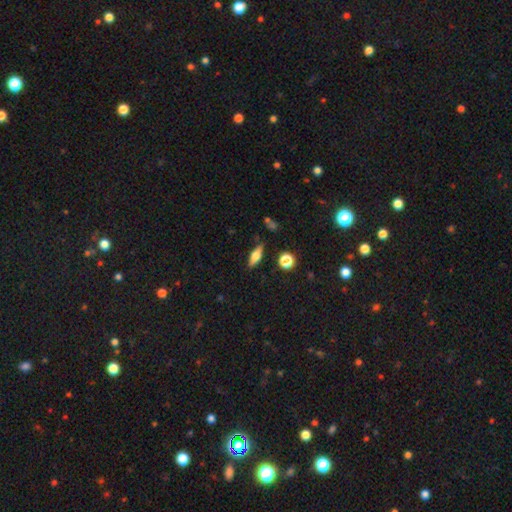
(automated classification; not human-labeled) Smooth or featured? smooth (61%)
How rounded? in between (60%)
Merging? none (83%)